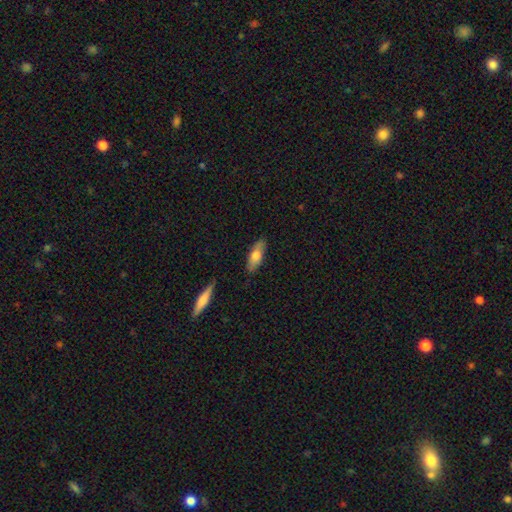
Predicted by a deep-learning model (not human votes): Smooth or featured: smooth — 64% (featured or disk — 30%)
How rounded: in between — 62% (cigar-shaped — 35%)
Merging: none — 81% (minor disturbance — 14%)